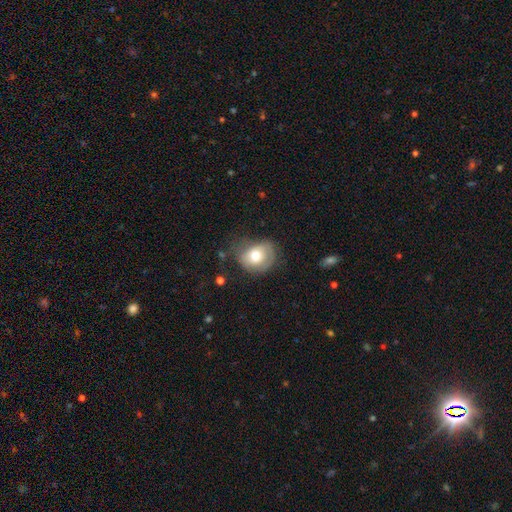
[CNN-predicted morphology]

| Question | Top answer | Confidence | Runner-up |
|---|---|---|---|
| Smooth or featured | smooth | 64% | featured or disk (28%) |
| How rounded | round | 60% | in between (39%) |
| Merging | none | 51% | minor disturbance (31%) |